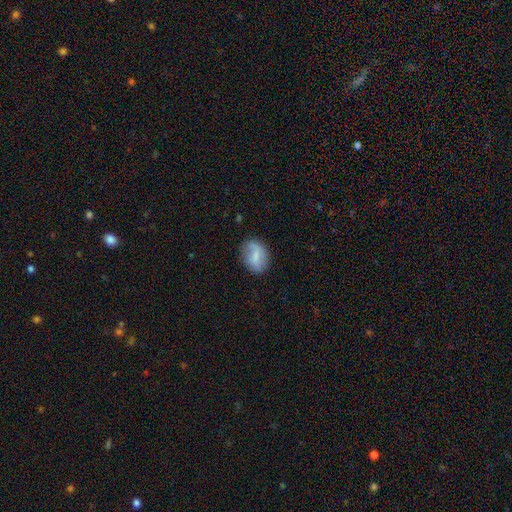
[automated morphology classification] Q: Smooth or featured?
A: smooth (66%); runner-up: featured or disk (27%)
Q: How rounded?
A: in between (68%); runner-up: round (30%)
Q: Merging?
A: none (69%); runner-up: minor disturbance (22%)